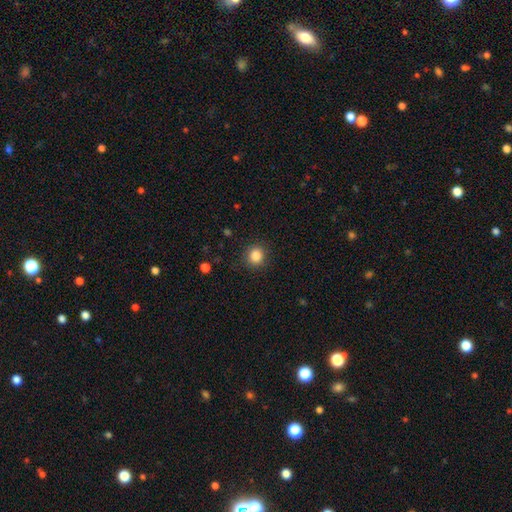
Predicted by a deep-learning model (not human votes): A smooth galaxy with no disk features (85%) that is round (89%).

Vote fractions:
- Smooth or featured? smooth: 85% / star or artifact: 11% / featured or disk: 4%
- How rounded? round: 89% / in between: 10% / cigar-shaped: 1%
- Merging? none: 89% / minor disturbance: 7% / major disturbance: 3% / merger: 1%